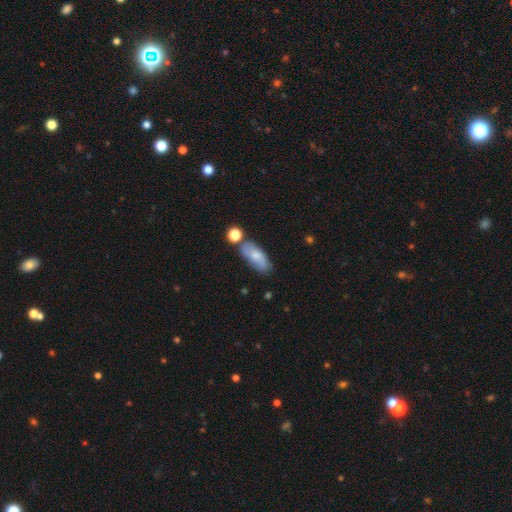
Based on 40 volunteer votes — Morphology: type=smooth (60%); roundness=in between (62%); merging=none (70%).